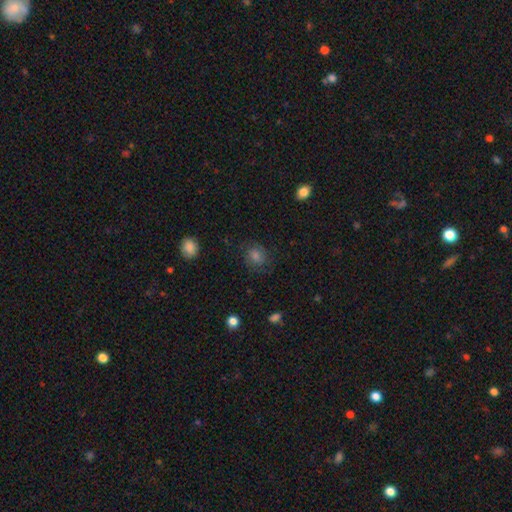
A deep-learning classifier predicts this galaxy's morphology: Smooth or featured?
  - smooth: 52% *
  - featured or disk: 26%
  - star or artifact: 22%
How rounded?
  - round: 75% *
  - in between: 24%
  - cigar-shaped: 1%
Merging?
  - none: 80% *
  - minor disturbance: 13%
  - major disturbance: 6%
  - merger: 1%